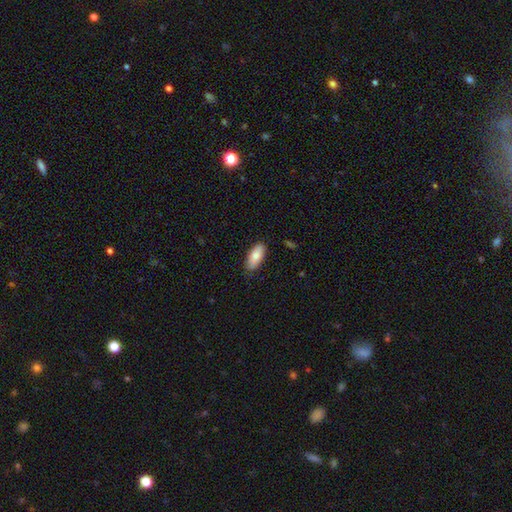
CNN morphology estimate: This appears to be a smooth galaxy with no disk features (83%) that is in between round and cigar-shaped (86%). Merging: none (83%).